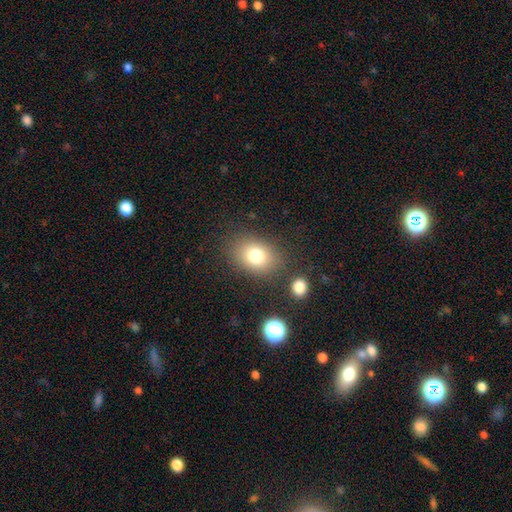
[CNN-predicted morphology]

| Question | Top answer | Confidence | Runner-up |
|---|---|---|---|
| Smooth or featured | smooth | 77% | star or artifact (12%) |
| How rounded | in between | 60% | round (39%) |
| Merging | none | 80% | minor disturbance (11%) |